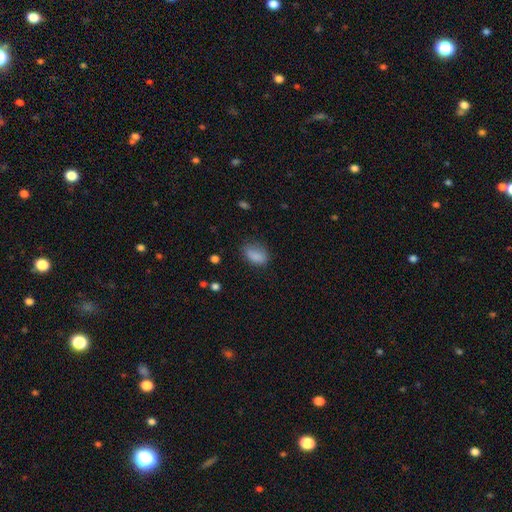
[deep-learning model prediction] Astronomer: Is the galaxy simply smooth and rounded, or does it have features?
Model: smooth — 84%.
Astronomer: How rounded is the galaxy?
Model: in between — 87%.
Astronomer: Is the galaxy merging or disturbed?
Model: none — 65%.